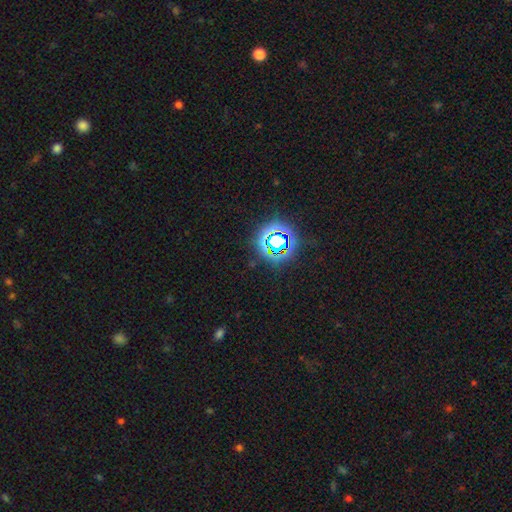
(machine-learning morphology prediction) Overall: star or artifact (82%).